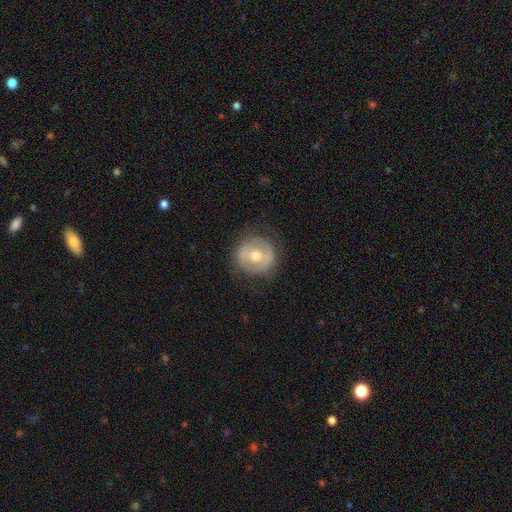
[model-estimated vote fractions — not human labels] smooth-or-featured: featured or disk: 53% | smooth: 40% | star or artifact: 6%
  disk-edge-on: no: 96% | yes: 4%
    bar: weak: 41% | no: 35% | strong: 25%
    has-spiral-arms: no: 59% | yes: 41%
    bulge-size: moderate: 74% | small: 20% | large: 4% | none: 1% | dominant: 1%
  merging: none: 82% | minor disturbance: 12% | major disturbance: 5% | merger: 1%